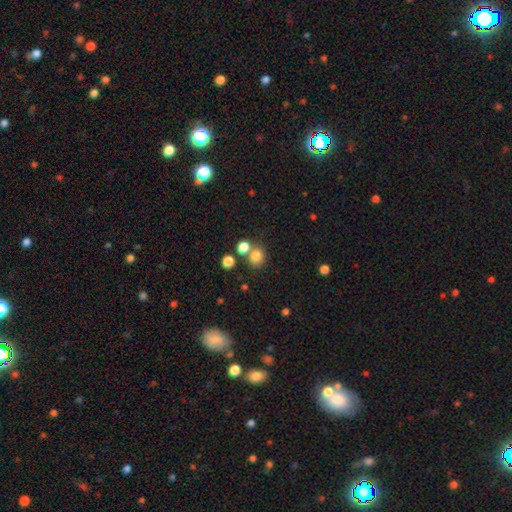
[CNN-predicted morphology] Q: Smooth or featured?
A: smooth (79%); runner-up: star or artifact (14%)
Q: How rounded?
A: round (80%); runner-up: in between (19%)
Q: Merging?
A: none (62%); runner-up: merger (25%)